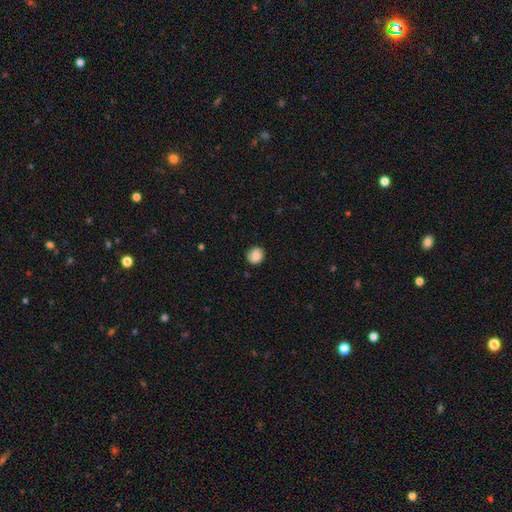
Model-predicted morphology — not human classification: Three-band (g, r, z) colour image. It shows a smooth galaxy with no disk features (79%) that is round (78%). Merging: none (79%).